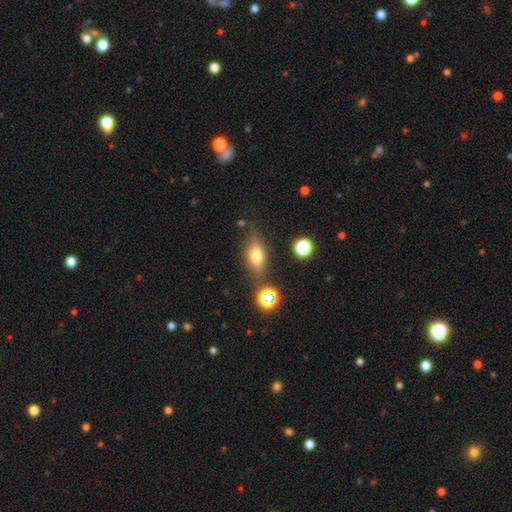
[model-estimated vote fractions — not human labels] smooth-or-featured: smooth: 60% | featured or disk: 28% | star or artifact: 12%
  how-rounded: in between: 72% | cigar-shaped: 16% | round: 12%
  merging: none: 74% | minor disturbance: 15% | merger: 5% | major disturbance: 5%